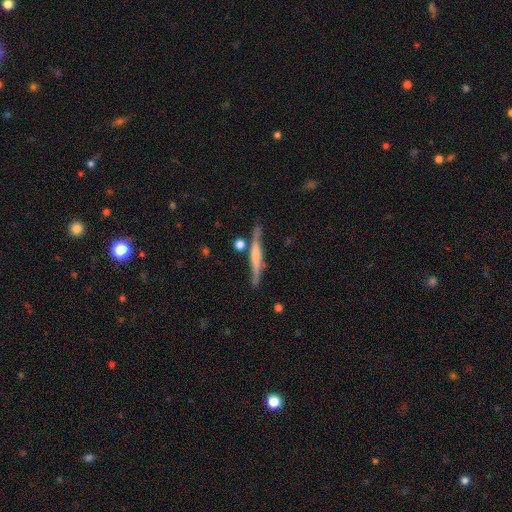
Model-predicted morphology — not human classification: Smooth or featured? Predicted: featured or disk (p=0.57). Edge-on disk? Predicted: yes (p=0.95). Edge-on bulge? Predicted: none (p=0.40). Merging? Predicted: none (p=0.76).